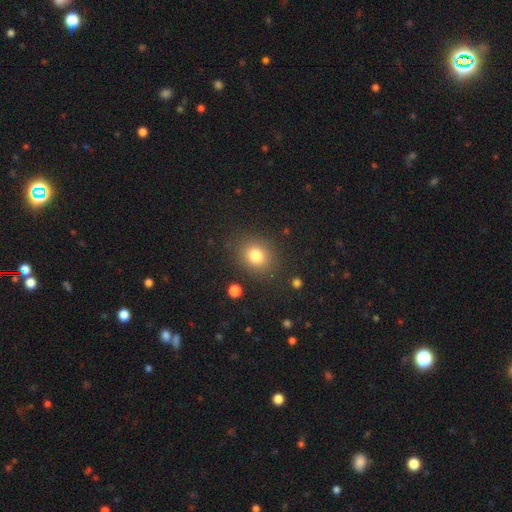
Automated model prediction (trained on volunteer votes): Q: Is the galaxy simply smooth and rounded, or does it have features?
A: smooth — 80%.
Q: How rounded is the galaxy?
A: round — 64%.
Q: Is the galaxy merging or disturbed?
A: none — 84%.